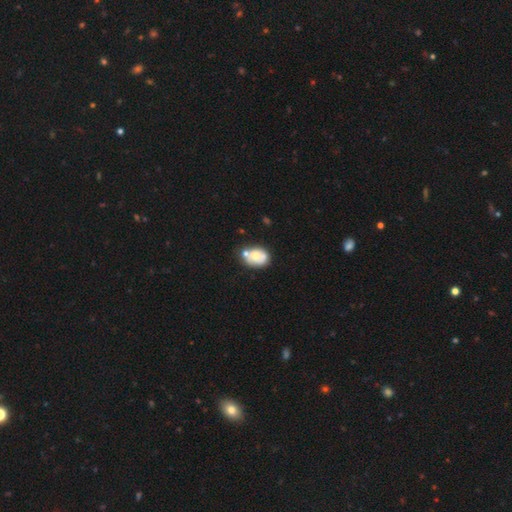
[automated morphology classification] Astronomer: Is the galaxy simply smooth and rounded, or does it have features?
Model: smooth — 56% (runner-up: featured or disk, 36%).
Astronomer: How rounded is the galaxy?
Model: in between — 67%.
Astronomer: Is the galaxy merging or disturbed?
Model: none — 42% (runner-up: merger, 29%).